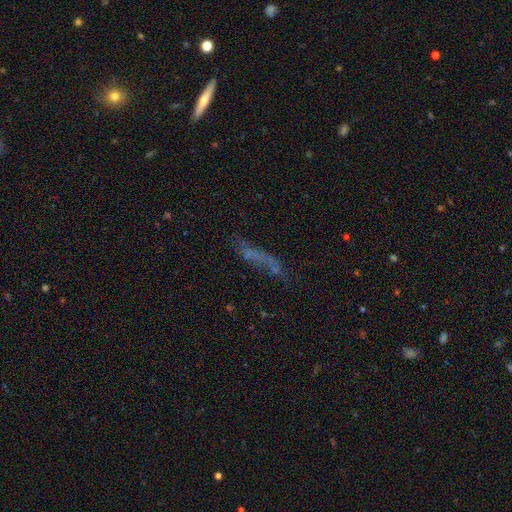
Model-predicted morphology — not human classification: Smooth or featured? Predicted: smooth (p=0.43). Merging? Predicted: none (p=0.46).